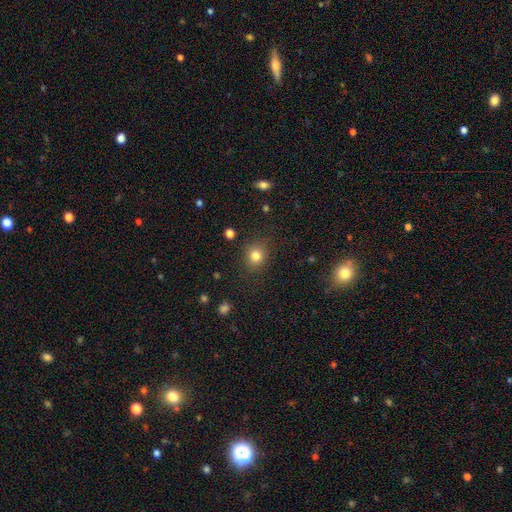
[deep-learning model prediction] Smooth or featured? Predicted: smooth (p=0.81). How rounded? Predicted: round (p=0.79). Merging? Predicted: none (p=0.84).